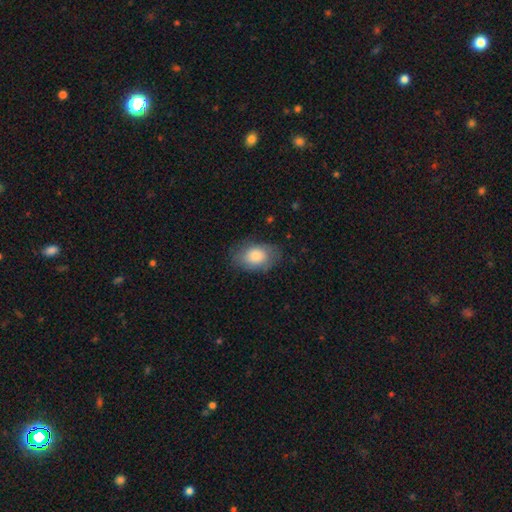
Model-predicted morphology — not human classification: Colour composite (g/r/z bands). It shows a smooth galaxy with no disk features (80%) that is in between round and cigar-shaped (85%). Merging: none (76%).